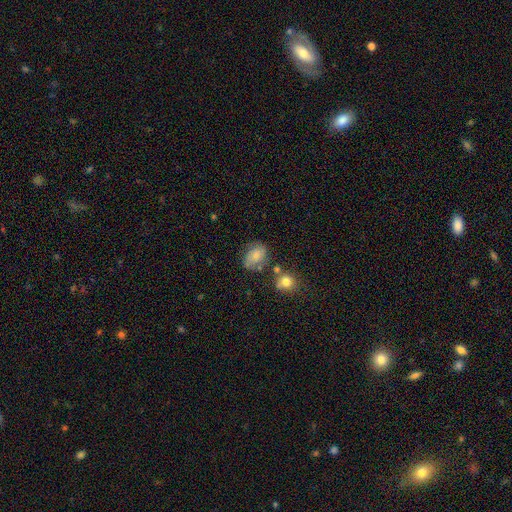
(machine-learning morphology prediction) A smooth galaxy with no disk features (64%) that is in between round and cigar-shaped (65%). Merging: none (59%).